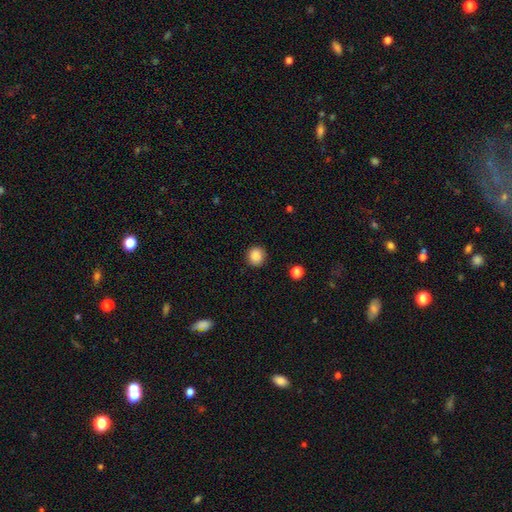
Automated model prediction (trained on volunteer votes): Morphology: type=smooth (87%); roundness=round (91%); merging=none (90%).